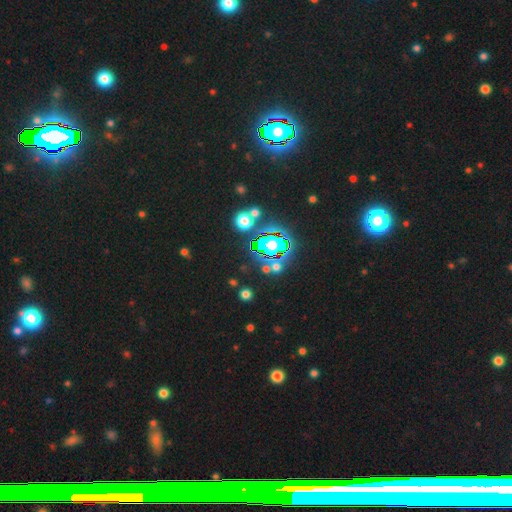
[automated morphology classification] This appears to be a star or artifact, not a galaxy (83%).